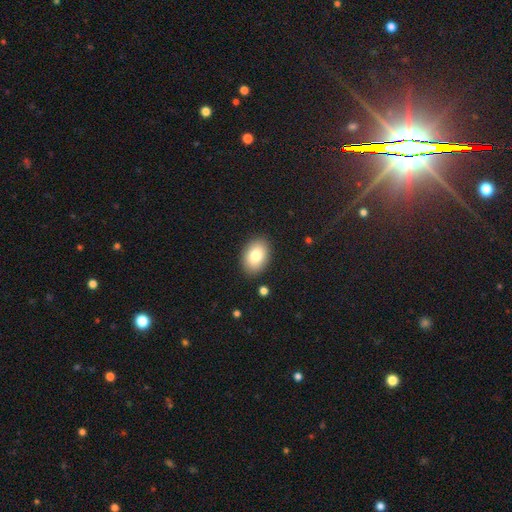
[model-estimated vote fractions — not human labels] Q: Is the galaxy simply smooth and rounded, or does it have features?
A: smooth — 82%.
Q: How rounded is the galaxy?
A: in between — 84%.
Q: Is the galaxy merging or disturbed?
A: none — 88%.